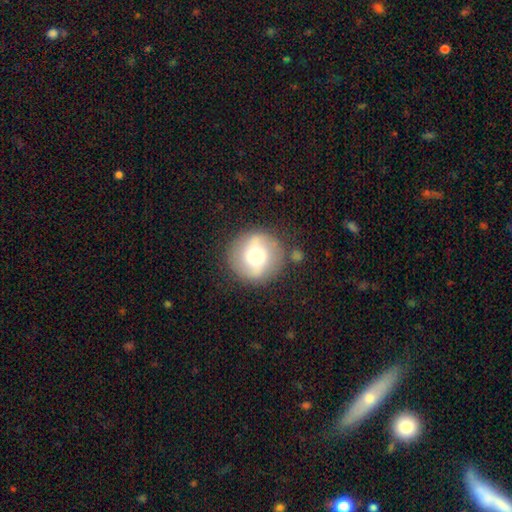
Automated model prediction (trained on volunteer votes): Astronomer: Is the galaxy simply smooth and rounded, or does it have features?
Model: smooth — 51% (runner-up: featured or disk, 40%).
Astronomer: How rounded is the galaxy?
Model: round — 93%.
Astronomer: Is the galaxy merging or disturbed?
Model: none — 80%.